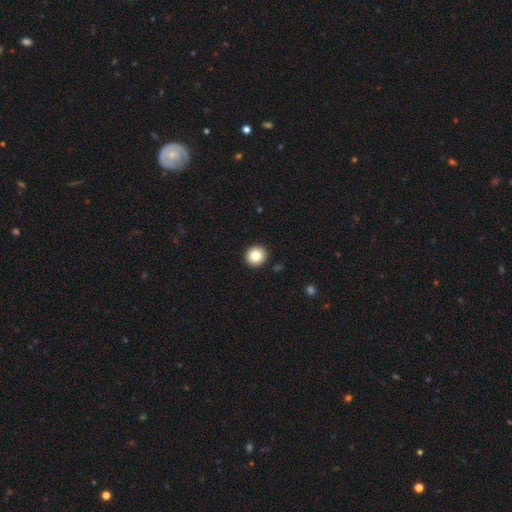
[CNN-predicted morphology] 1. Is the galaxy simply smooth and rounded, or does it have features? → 82% smooth, 10% star or artifact, 8% featured or disk.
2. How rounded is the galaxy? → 92% round, 8% in between, 1% cigar-shaped.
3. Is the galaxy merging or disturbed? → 92% none, 5% minor disturbance, 2% major disturbance, 1% merger.